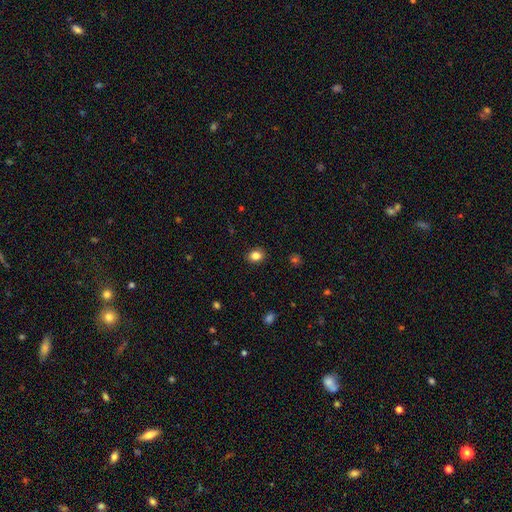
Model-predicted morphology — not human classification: smooth 84%, star or artifact 11%, featured or disk 5%. Down the decision tree: how rounded — round (54%); merging — none (90%).